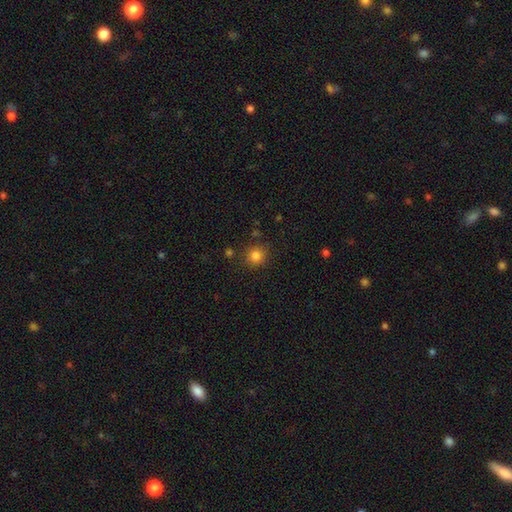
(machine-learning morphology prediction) Q: Smooth or featured?
A: smooth (83%); runner-up: star or artifact (12%)
Q: How rounded?
A: round (90%); runner-up: in between (9%)
Q: Merging?
A: none (85%); runner-up: minor disturbance (9%)